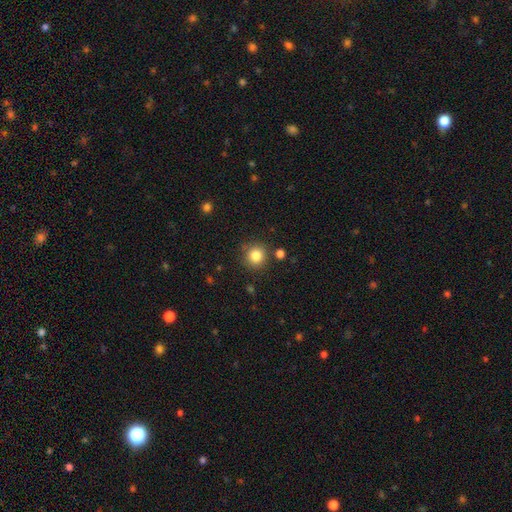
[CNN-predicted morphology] The model was most divided on "smooth or featured": smooth: 83%, star or artifact: 11%, featured or disk: 6%. More confident: how rounded — round (92%); merging — none (84%).